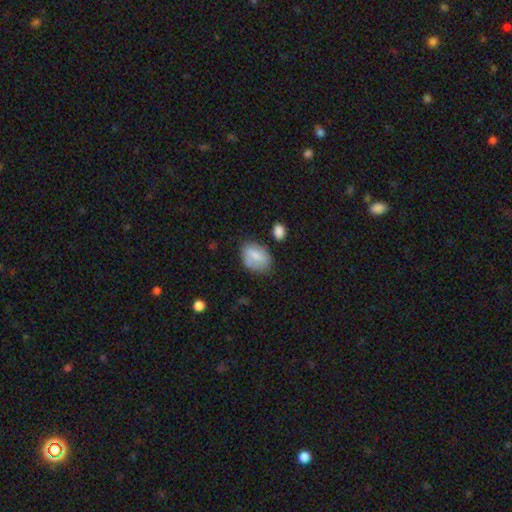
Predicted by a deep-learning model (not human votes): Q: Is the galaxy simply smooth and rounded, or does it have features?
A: smooth — 71%.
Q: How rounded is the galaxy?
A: in between — 77%.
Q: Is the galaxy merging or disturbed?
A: none — 61%.